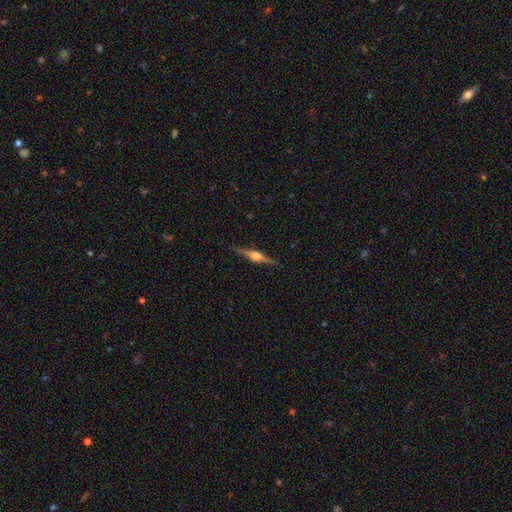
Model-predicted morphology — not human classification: Smooth or featured? Predicted: featured or disk (p=0.82). Edge-on disk? Predicted: yes (p=0.98). Edge-on bulge? Predicted: rounded (p=0.90). Merging? Predicted: none (p=0.90).